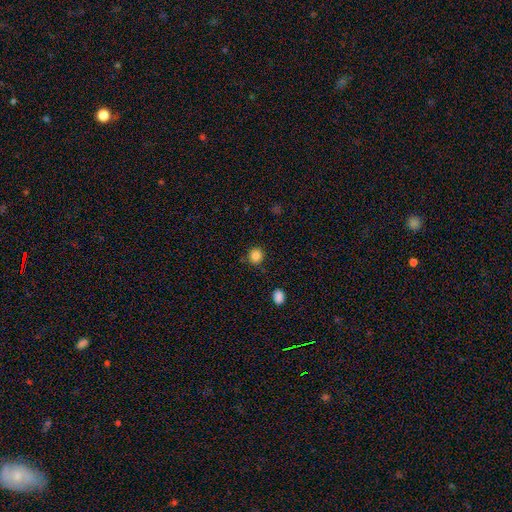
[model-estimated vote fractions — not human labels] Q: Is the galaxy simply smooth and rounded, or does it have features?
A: smooth — 85%.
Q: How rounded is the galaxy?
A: round — 90%.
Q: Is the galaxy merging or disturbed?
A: none — 84%.